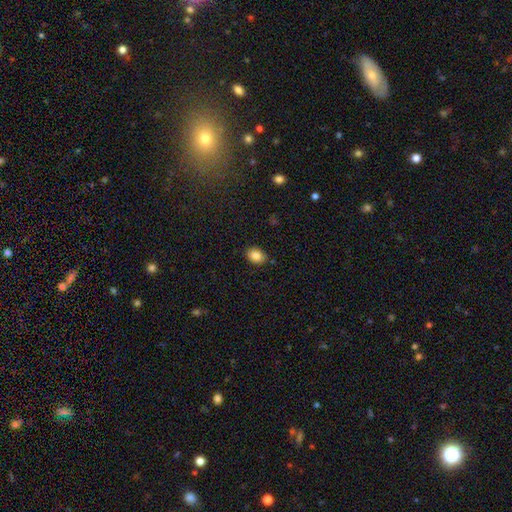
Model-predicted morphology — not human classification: A smooth galaxy with no disk features (84%) that is in between round and cigar-shaped (60%). Merging: none (86%).